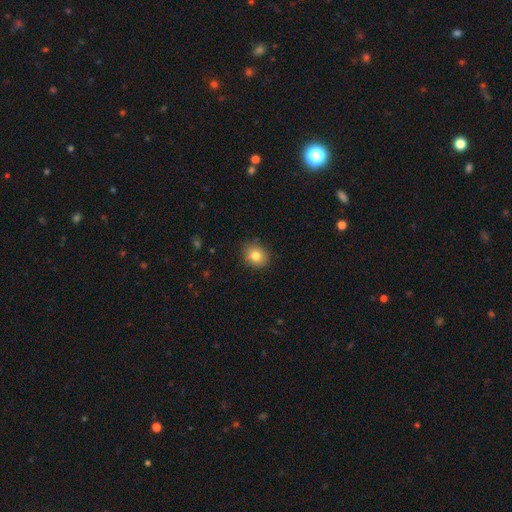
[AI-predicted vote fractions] The model was most divided on "how rounded": round: 66%, in between: 33%, cigar-shaped: 1%. More confident: merging — none (87%); smooth or featured — smooth (81%).